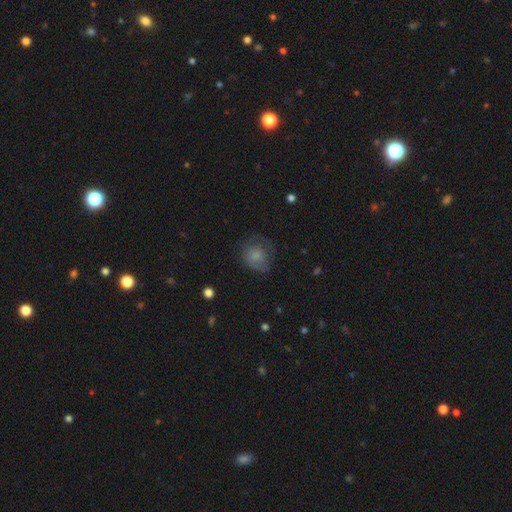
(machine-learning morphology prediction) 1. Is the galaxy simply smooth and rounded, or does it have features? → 69% smooth, 22% featured or disk, 9% star or artifact.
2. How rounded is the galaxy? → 76% round, 23% in between, 1% cigar-shaped.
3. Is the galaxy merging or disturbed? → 57% none, 24% minor disturbance, 17% major disturbance, 1% merger.